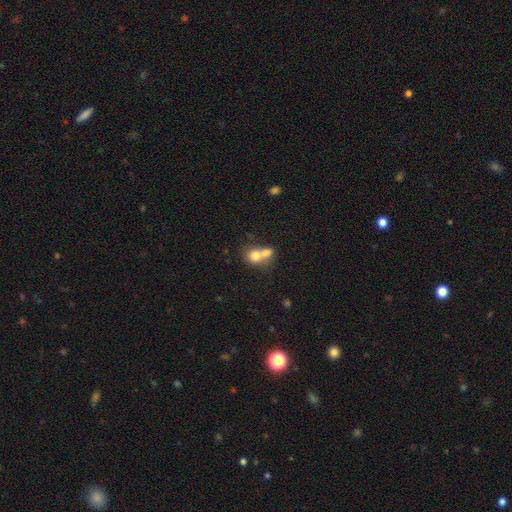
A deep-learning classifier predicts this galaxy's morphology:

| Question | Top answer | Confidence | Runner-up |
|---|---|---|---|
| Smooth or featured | smooth | 73% | featured or disk (17%) |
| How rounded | round | 64% | in between (35%) |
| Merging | merger | 67% | none (23%) |